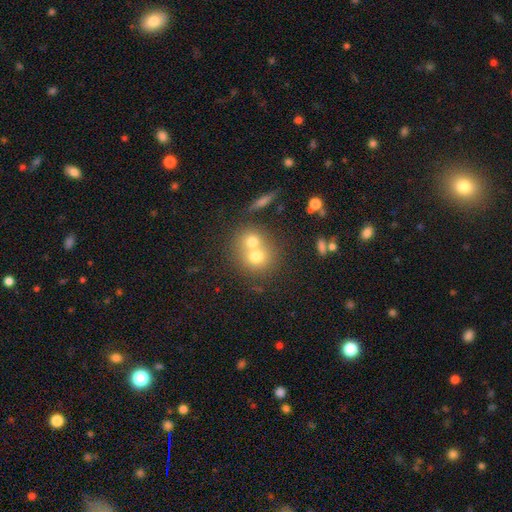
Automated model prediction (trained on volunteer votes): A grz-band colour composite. It shows a smooth galaxy with no disk features (66%) that is round (81%). Merging: merger (59%).